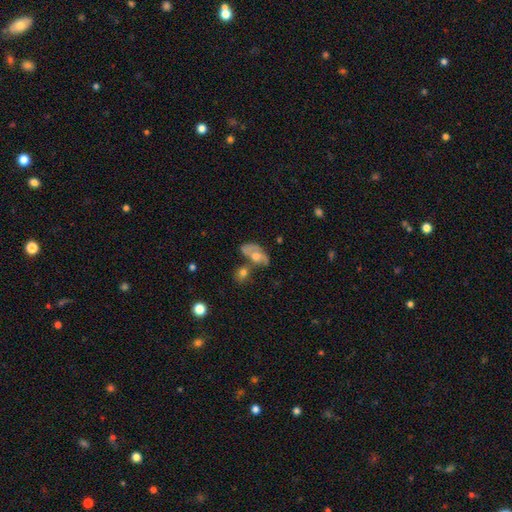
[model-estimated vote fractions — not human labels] smooth-or-featured: featured or disk: 54% | smooth: 36% | star or artifact: 10%
  disk-edge-on: no: 91% | yes: 9%
  merging: none: 38% | merger: 30% | minor disturbance: 18% | major disturbance: 13%